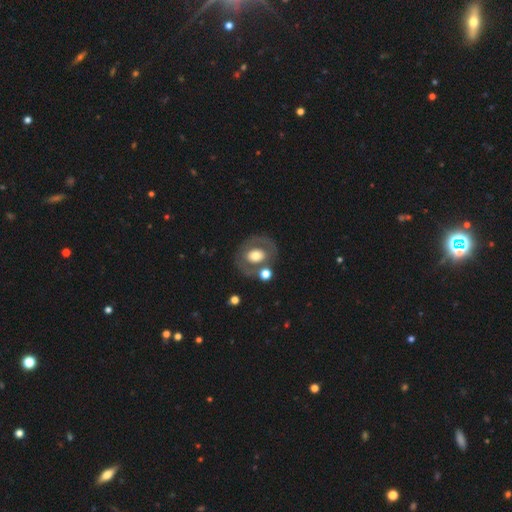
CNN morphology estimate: A featured or disk galaxy (46%, tied with smooth).

Vote fractions:
- Smooth or featured? featured or disk: 46% (tied) / smooth: 46% (tied) / star or artifact: 8%
- Merging? none: 67% / minor disturbance: 14% / merger: 11% / major disturbance: 8%